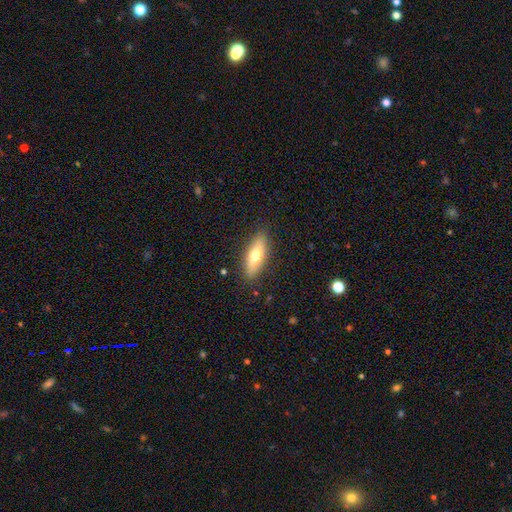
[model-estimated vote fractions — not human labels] Q: Smooth or featured?
A: smooth (63%); runner-up: featured or disk (30%)
Q: How rounded?
A: in between (58%); runner-up: cigar-shaped (40%)
Q: Merging?
A: none (87%); runner-up: minor disturbance (10%)